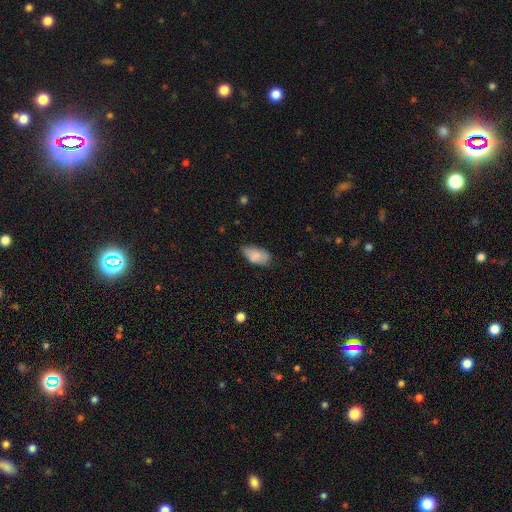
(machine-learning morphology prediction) type=smooth (79%); roundness=in between (93%); merging=none (57%).